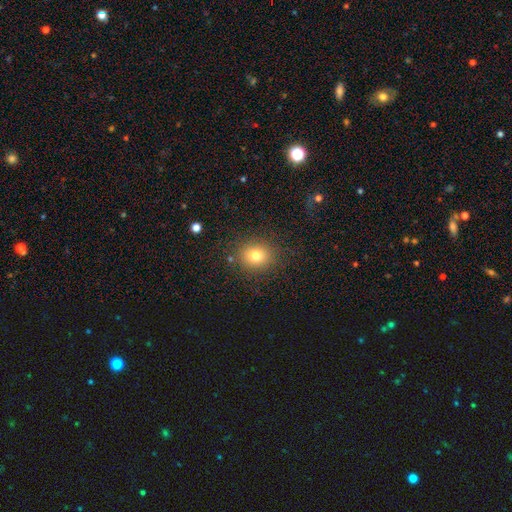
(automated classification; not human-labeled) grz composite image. It shows a smooth galaxy with no disk features (79%) that is round (72%). Merging: none (85%).